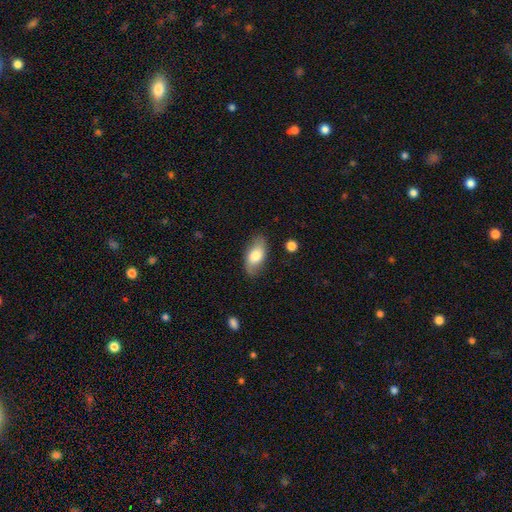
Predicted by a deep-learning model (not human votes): A smooth galaxy with no disk features (69%) that is in between round and cigar-shaped (90%). Merging: none (81%).